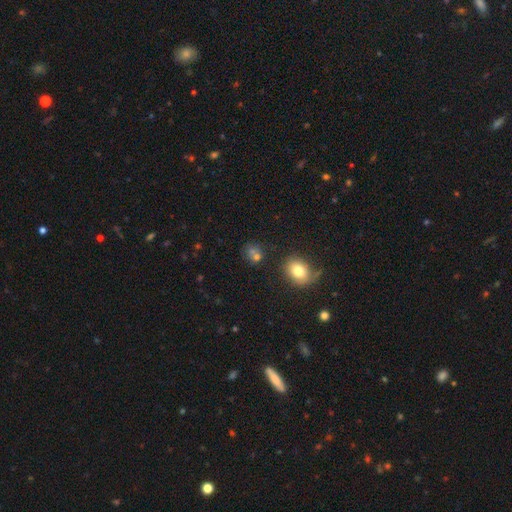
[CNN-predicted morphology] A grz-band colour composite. It shows a smooth galaxy with no disk features (69%) that is round (70%). Merging: none (59%).